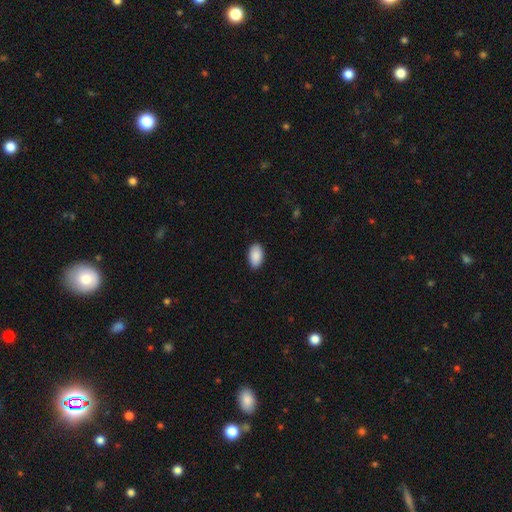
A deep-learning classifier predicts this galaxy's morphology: smooth_or_featured: smooth (p=0.90) [alt: star or artifact p=0.06]
how_rounded: in between (p=0.94) [alt: round p=0.05]
merging: none (p=0.89) [alt: minor disturbance p=0.08]